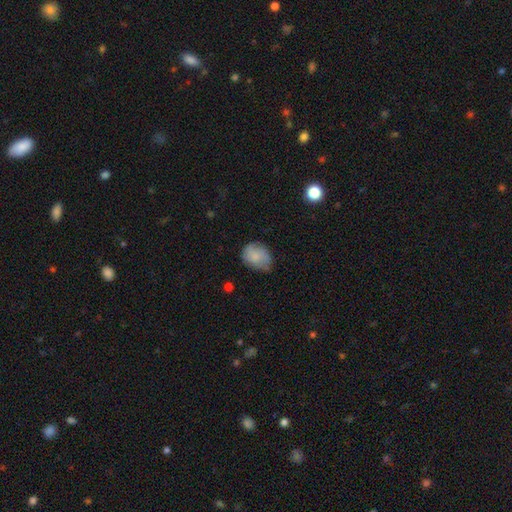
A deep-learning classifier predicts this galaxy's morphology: Smooth or featured?
  - smooth: 68% *
  - featured or disk: 24%
  - star or artifact: 8%
How rounded?
  - in between: 51% *
  - round: 48%
  - cigar-shaped: 1%
Merging?
  - none: 59% *
  - minor disturbance: 30%
  - major disturbance: 9%
  - merger: 2%